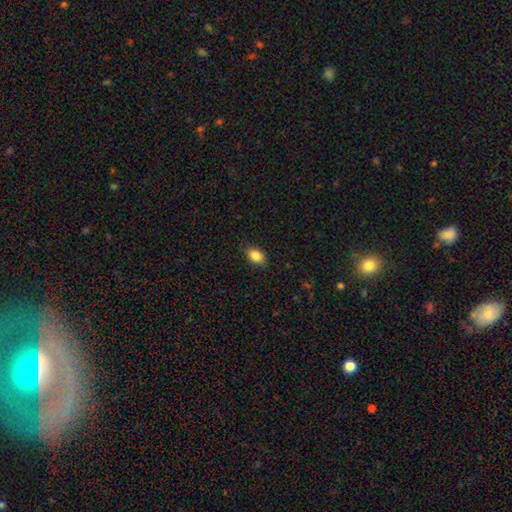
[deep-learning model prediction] Smooth or featured: smooth — 86% (star or artifact — 8%)
How rounded: in between — 84% (round — 14%)
Merging: none — 87% (minor disturbance — 10%)